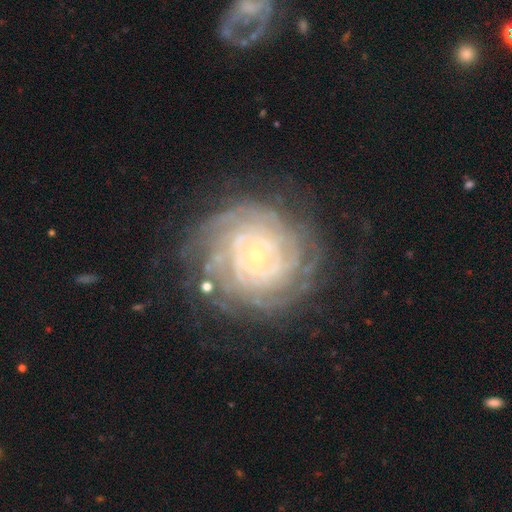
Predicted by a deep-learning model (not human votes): Q: Smooth or featured?
A: featured or disk (85%); runner-up: smooth (8%)
Q: Edge-on disk?
A: no (97%); runner-up: yes (3%)
Q: Bar?
A: no (66%); runner-up: weak (25%)
Q: Spiral arms?
A: yes (95%); runner-up: no (5%)
Q: Spiral winding?
A: tight (86%); runner-up: medium (11%)
Q: Spiral arm count?
A: can't tell (36%); runner-up: more than 4 (18%)
Q: Bulge size?
A: small (84%); runner-up: moderate (11%)
Q: Merging?
A: none (76%); runner-up: minor disturbance (15%)